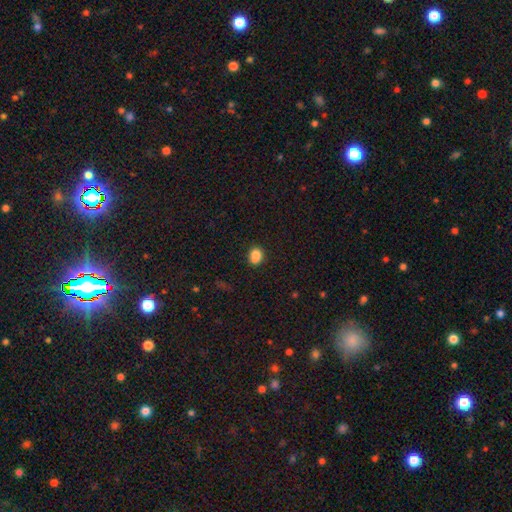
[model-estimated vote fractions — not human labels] Smooth or featured: smooth — 84% (star or artifact — 11%)
How rounded: in between — 53% (round — 45%)
Merging: none — 69% (minor disturbance — 18%)